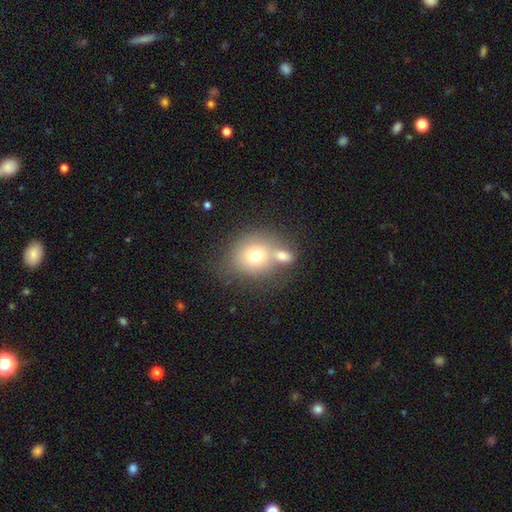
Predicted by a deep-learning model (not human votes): Smooth or featured: smooth — 70% (featured or disk — 19%)
How rounded: round — 74% (in between — 25%)
Merging: merger — 48% (none — 37%)